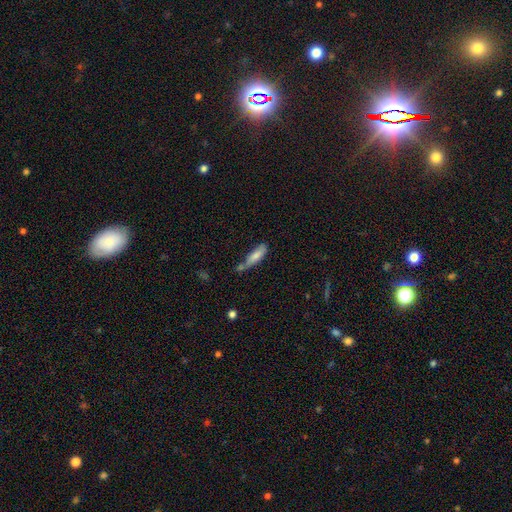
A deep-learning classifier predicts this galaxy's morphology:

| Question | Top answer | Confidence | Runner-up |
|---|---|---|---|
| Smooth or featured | smooth | 75% | featured or disk (18%) |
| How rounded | cigar-shaped | 59% | in between (39%) |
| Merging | none | 43% | minor disturbance (25%) |